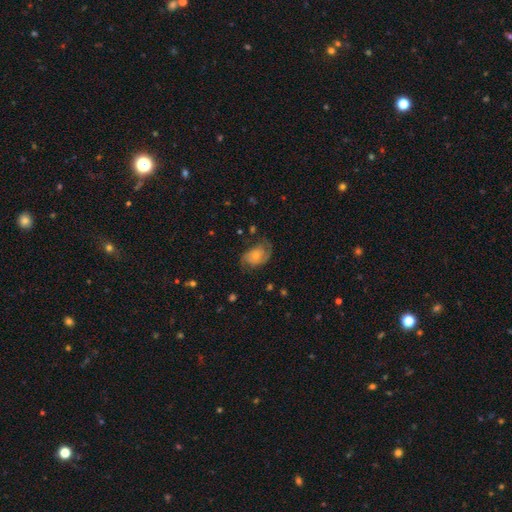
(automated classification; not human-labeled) featured or disk 62%, smooth 30%, star or artifact 8%. Down the decision tree: edge-on disk — no (97%); bar — no (72%); spiral arms — yes (86%); spiral arm count — 2 (71%); spiral winding — medium (43%); bulge size — small (50%); merging — none (58%).